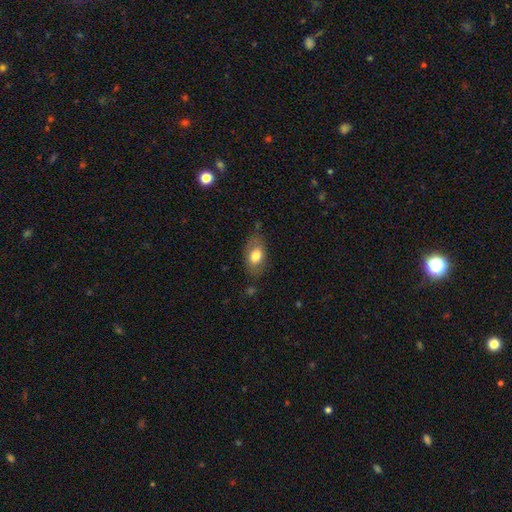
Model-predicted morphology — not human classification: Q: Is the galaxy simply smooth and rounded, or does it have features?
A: smooth — 72%.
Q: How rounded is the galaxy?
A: in between — 89%.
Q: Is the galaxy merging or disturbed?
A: none — 70%.